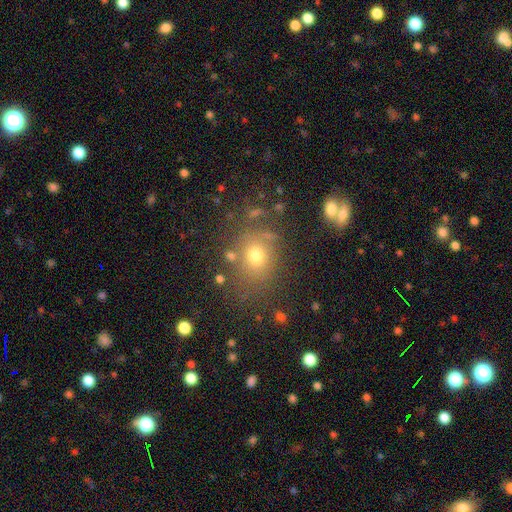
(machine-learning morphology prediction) Q: Smooth or featured?
A: smooth (67%); runner-up: star or artifact (21%)
Q: How rounded?
A: round (64%); runner-up: in between (35%)
Q: Merging?
A: none (75%); runner-up: minor disturbance (13%)